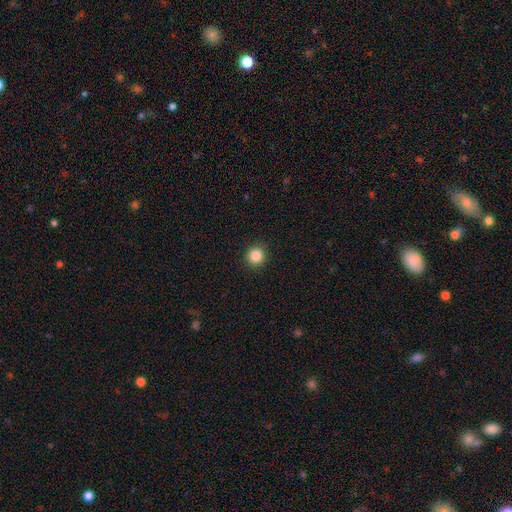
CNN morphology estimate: Q: Smooth or featured?
A: smooth (86%); runner-up: star or artifact (10%)
Q: How rounded?
A: round (92%); runner-up: in between (7%)
Q: Merging?
A: none (92%); runner-up: minor disturbance (5%)